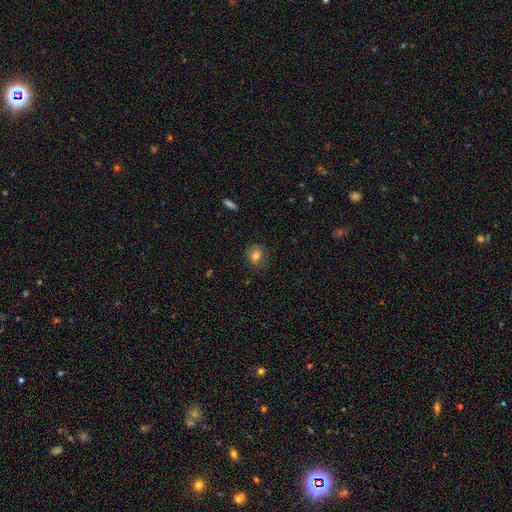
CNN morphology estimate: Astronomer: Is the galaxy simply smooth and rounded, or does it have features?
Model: smooth — 77%.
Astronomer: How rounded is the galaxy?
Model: round — 65%.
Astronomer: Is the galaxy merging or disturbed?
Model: none — 77%.